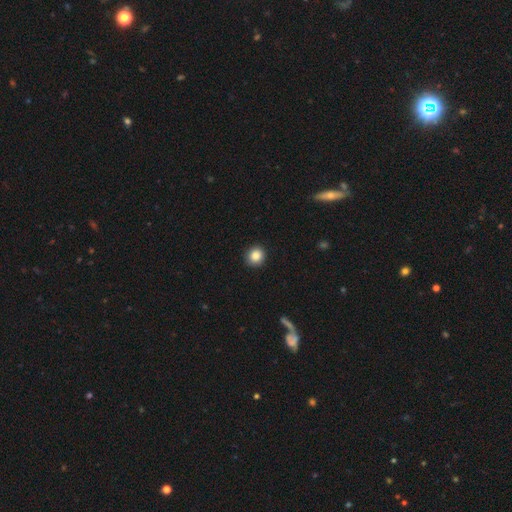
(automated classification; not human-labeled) A smooth galaxy with no disk features (86%) that is round (89%).

Vote fractions:
- Smooth or featured? smooth: 86% / star or artifact: 10% / featured or disk: 4%
- How rounded? round: 89% / in between: 10% / cigar-shaped: 1%
- Merging? none: 91% / minor disturbance: 6% / major disturbance: 2% / merger: 1%